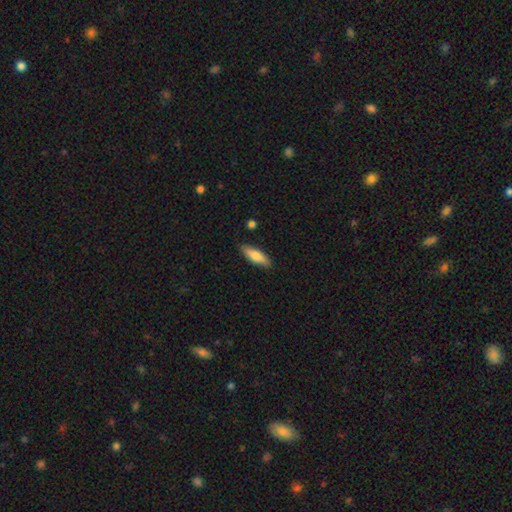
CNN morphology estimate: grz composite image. It shows a smooth galaxy with no disk features (71%) that is cigar-shaped (50%). Merging: none (87%).